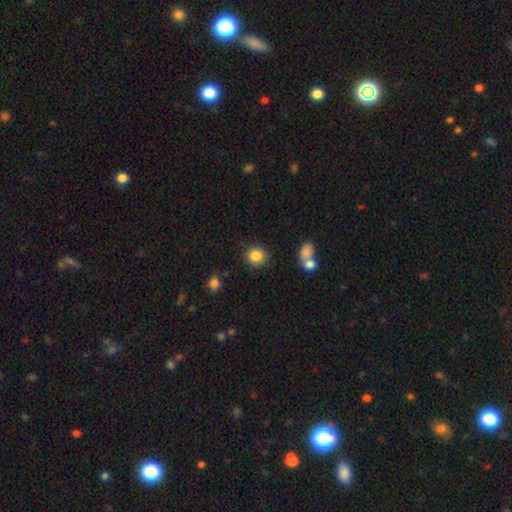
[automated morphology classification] Smooth or featured?
  - smooth: 86% *
  - star or artifact: 10%
  - featured or disk: 5%
How rounded?
  - round: 84% *
  - in between: 15%
  - cigar-shaped: 1%
Merging?
  - none: 85% *
  - minor disturbance: 8%
  - merger: 3%
  - major disturbance: 3%